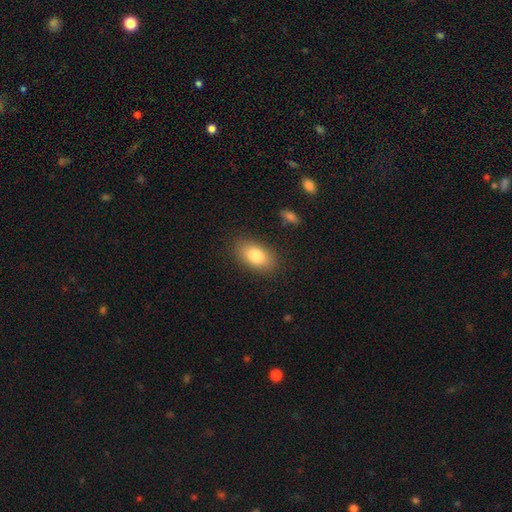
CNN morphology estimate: This appears to be a smooth galaxy with no disk features (81%) that is in between round and cigar-shaped (90%). Merging: none (85%).